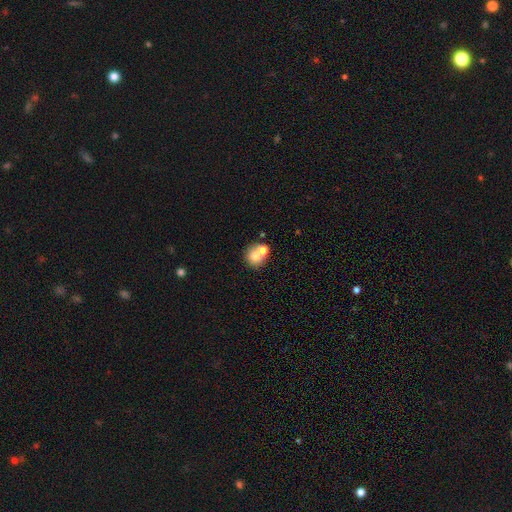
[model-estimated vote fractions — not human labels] Q: Smooth or featured?
A: smooth (72%); runner-up: featured or disk (17%)
Q: How rounded?
A: round (84%); runner-up: in between (15%)
Q: Merging?
A: none (49%); runner-up: merger (39%)